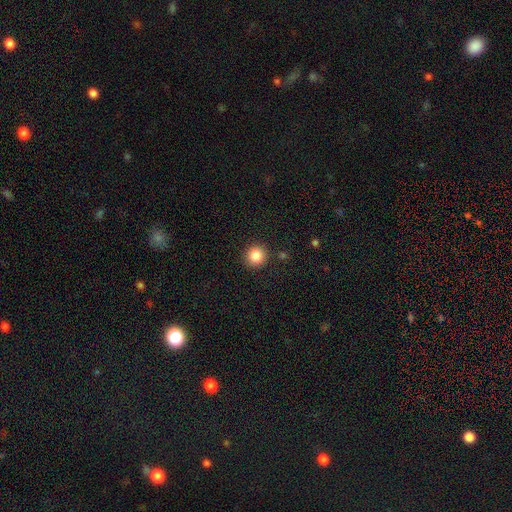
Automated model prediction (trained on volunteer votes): smooth_or_featured: smooth (p=0.86) [alt: star or artifact p=0.10]
how_rounded: round (p=0.94) [alt: in between p=0.06]
merging: none (p=0.90) [alt: minor disturbance p=0.06]